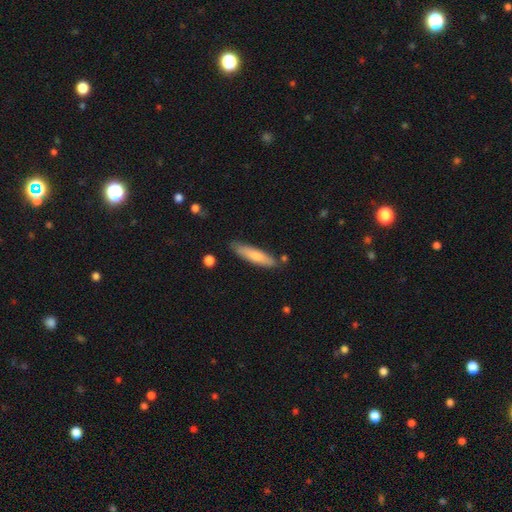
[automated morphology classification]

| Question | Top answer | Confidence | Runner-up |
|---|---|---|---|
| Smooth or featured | smooth | 74% | featured or disk (20%) |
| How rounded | cigar-shaped | 78% | in between (21%) |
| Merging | none | 81% | minor disturbance (14%) |